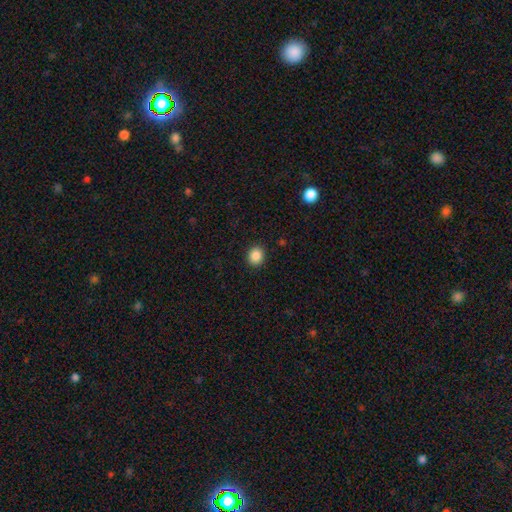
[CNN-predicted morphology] This appears to be a smooth galaxy with no disk features (87%) that is round (72%). Merging: none (91%).